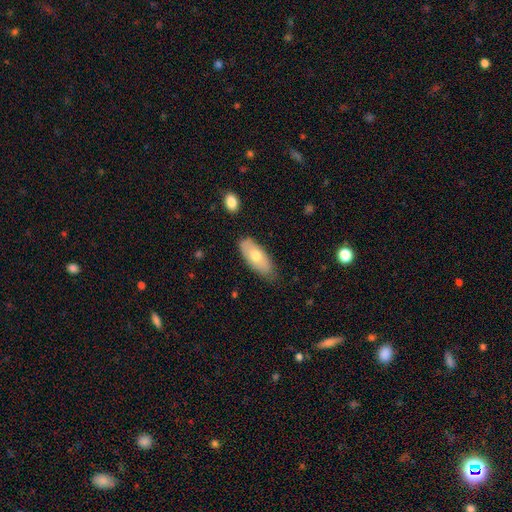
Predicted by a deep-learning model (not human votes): A smooth galaxy with no disk features (66%) that is in between round and cigar-shaped (84%). Merging: none (75%).